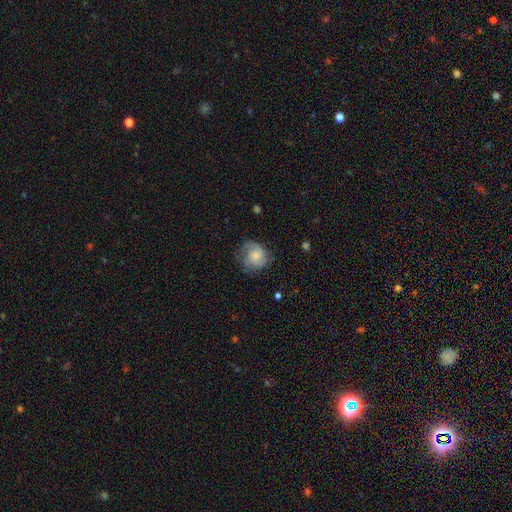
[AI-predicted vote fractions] Morphology: type=featured or disk (50%); merging=none (64%).